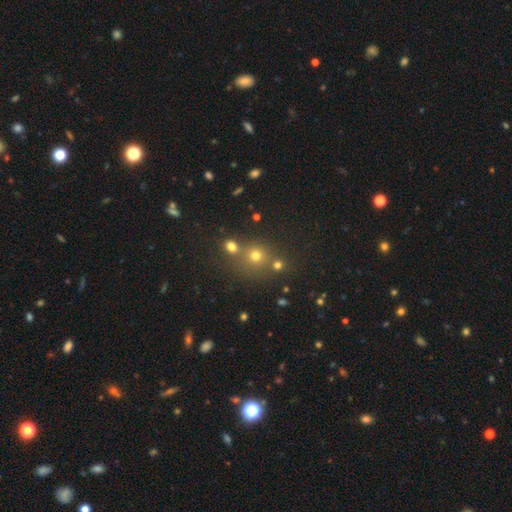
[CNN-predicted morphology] Overall: smooth (64%; star or artifact 27%). How rounded: round (88%). Merging: none (66%).